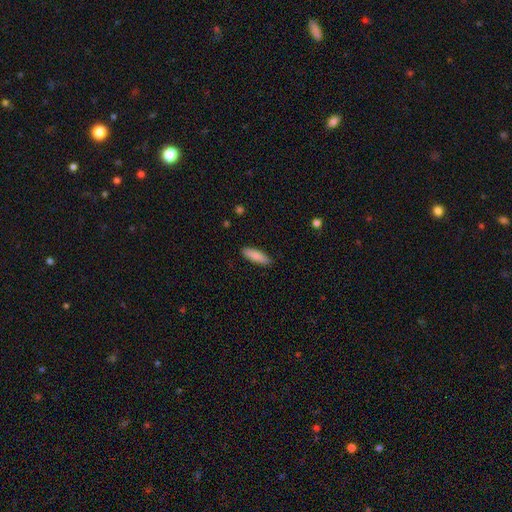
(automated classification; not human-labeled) Overall: smooth (86%). How rounded: cigar-shaped (53%; in between 45%). Merging: none (88%).